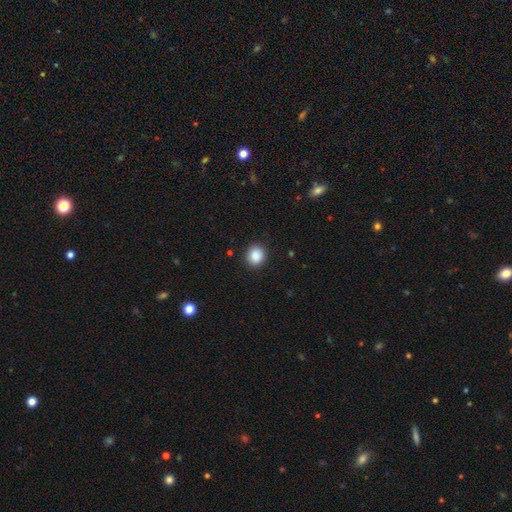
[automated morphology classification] type=smooth (88%); roundness=round (83%); merging=none (88%).